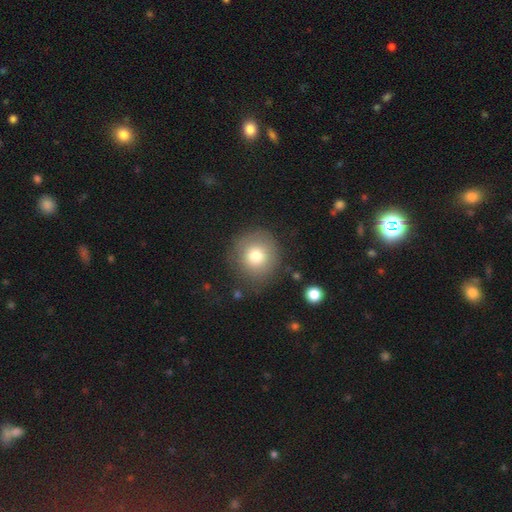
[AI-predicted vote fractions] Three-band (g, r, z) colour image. It shows a smooth galaxy with no disk features (75%) that is round (91%). Merging: none (78%).